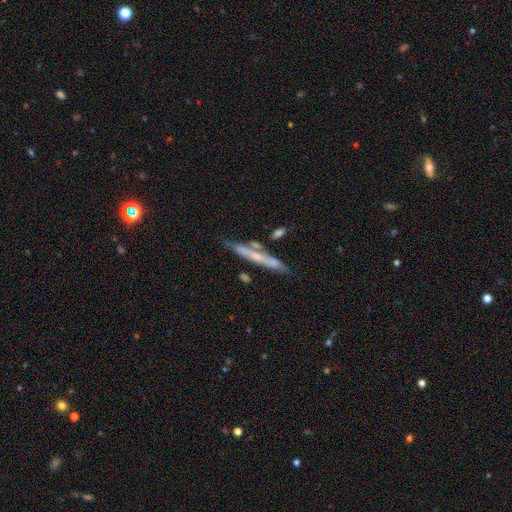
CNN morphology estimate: The model was most divided on "smooth or featured": featured or disk: 53%, smooth: 40%, star or artifact: 7%. More confident: edge-on disk — yes (88%); merging — none (67%).